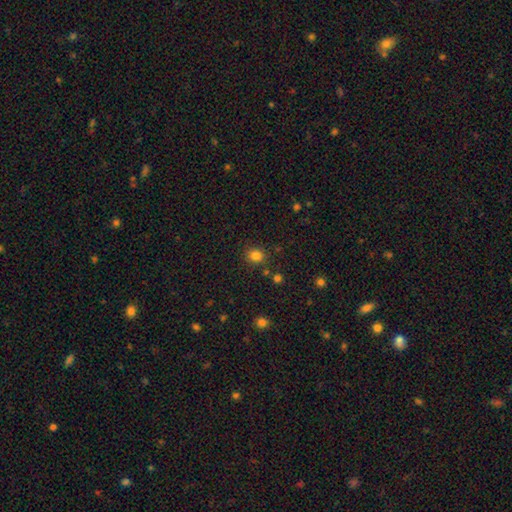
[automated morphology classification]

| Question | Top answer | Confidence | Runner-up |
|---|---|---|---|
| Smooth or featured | smooth | 82% | star or artifact (13%) |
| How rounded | round | 75% | in between (24%) |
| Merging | none | 84% | minor disturbance (9%) |